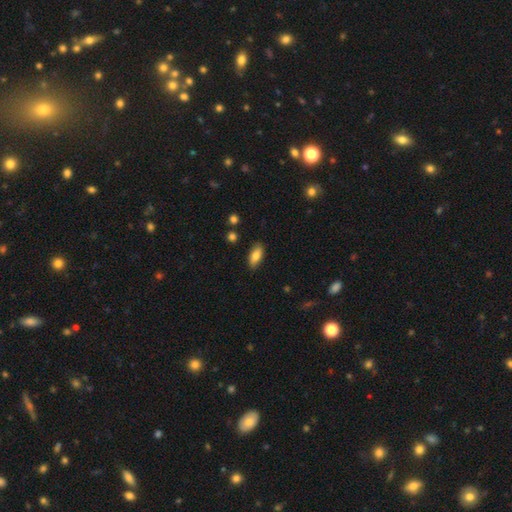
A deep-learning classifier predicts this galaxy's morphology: This is clearly a smooth galaxy (81%). How rounded: clearly in between (87%). Merging: clearly none (85%).